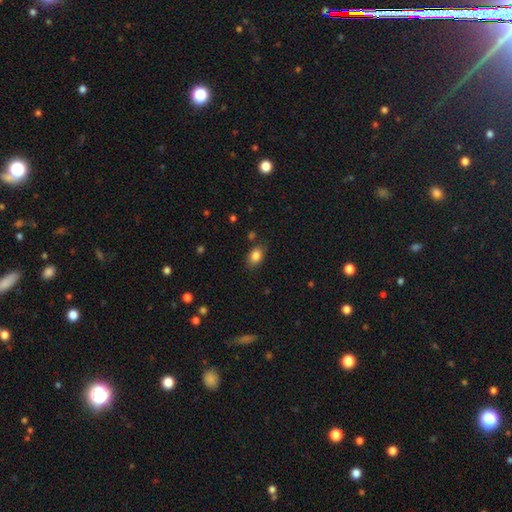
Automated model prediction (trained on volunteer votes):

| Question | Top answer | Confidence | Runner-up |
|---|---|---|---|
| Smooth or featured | smooth | 84% | star or artifact (10%) |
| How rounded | in between | 77% | round (22%) |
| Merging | none | 81% | minor disturbance (13%) |